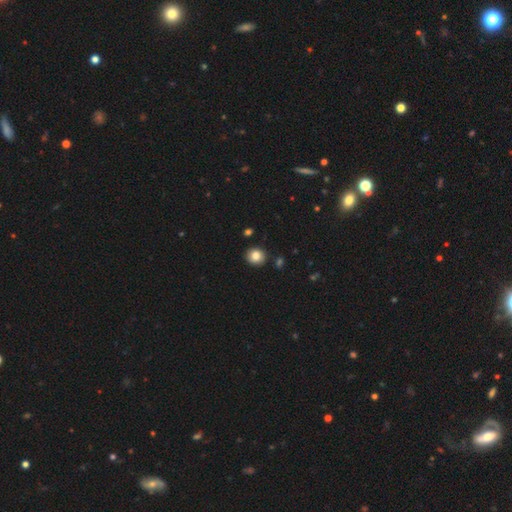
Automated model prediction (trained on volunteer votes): Morphology: type=smooth (84%); roundness=round (80%); merging=none (88%).